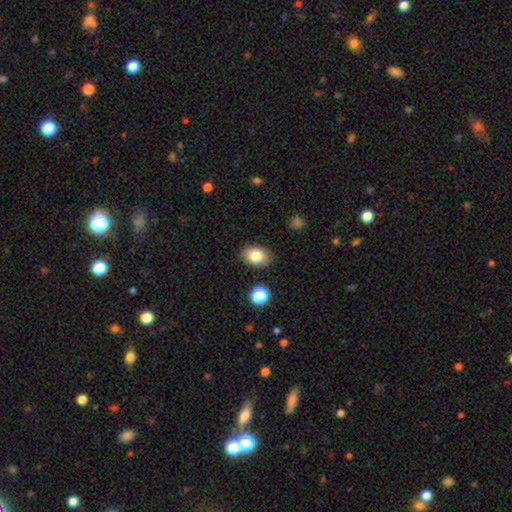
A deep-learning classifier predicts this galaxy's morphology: smooth 81%, featured or disk 10%, star or artifact 9%. Down the decision tree: how rounded — in between (81%); merging — none (86%).